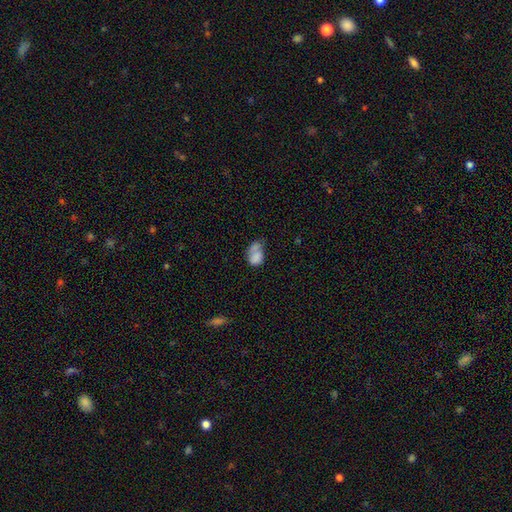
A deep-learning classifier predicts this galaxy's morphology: Smooth or featured?
  - smooth: 75% *
  - featured or disk: 16%
  - star or artifact: 10%
How rounded?
  - in between: 75% *
  - round: 24%
  - cigar-shaped: 1%
Merging?
  - merger: 32% *
  - none: 26%
  - minor disturbance: 23%
  - major disturbance: 19%